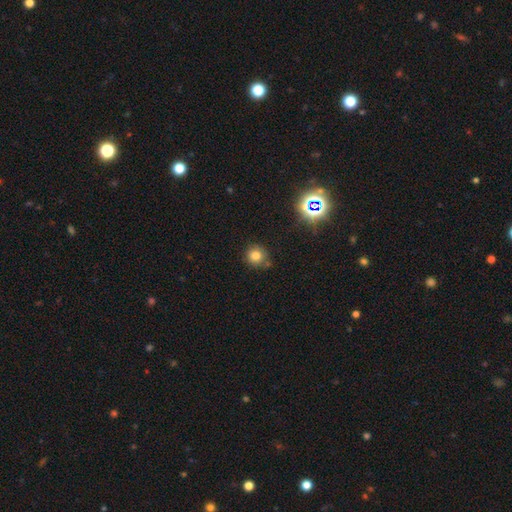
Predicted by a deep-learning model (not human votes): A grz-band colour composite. It shows a smooth galaxy with no disk features (77%) that is round (91%). Merging: none (78%).